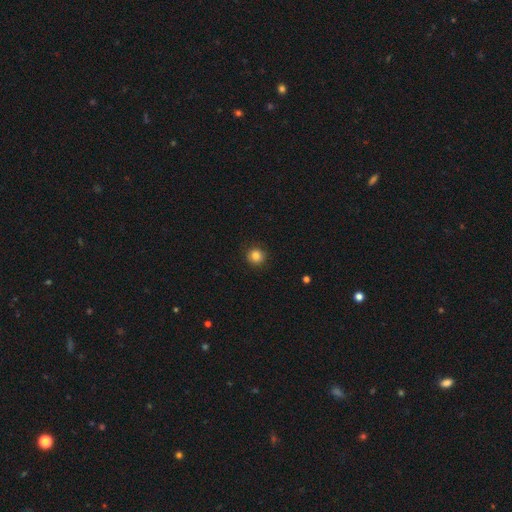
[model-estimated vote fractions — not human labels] The model was most divided on "smooth or featured": smooth: 85%, star or artifact: 12%, featured or disk: 4%. More confident: how rounded — round (93%); merging — none (91%).